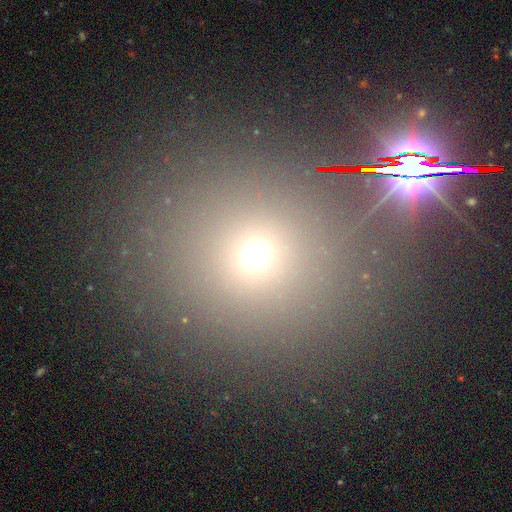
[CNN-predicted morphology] Smooth or featured? smooth (61%)
How rounded? round (87%)
Merging? none (82%)